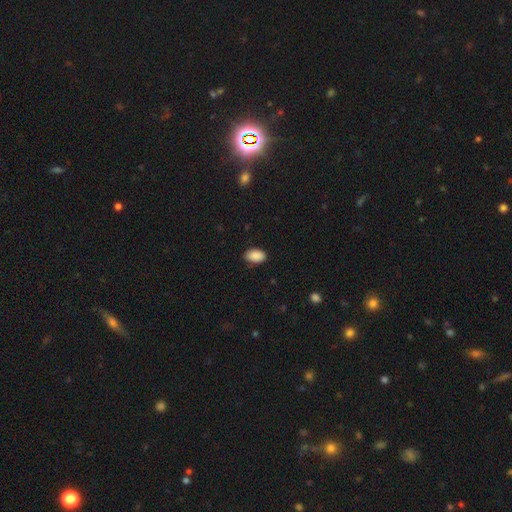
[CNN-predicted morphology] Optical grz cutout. It shows a smooth galaxy with no disk features (90%) that is in between round and cigar-shaped (92%). Merging: none (82%).